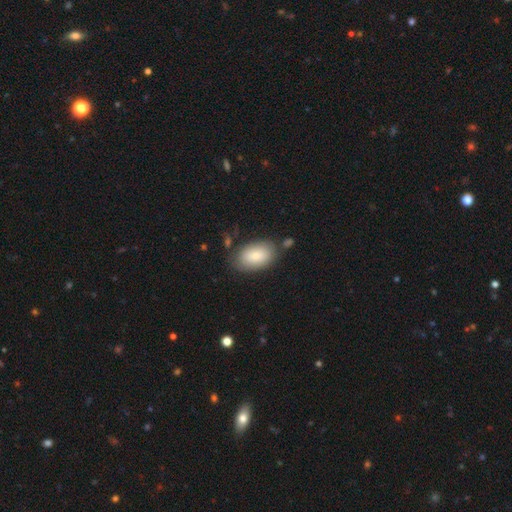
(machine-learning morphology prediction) smooth-or-featured: smooth: 80% | featured or disk: 14% | star or artifact: 6%
  how-rounded: in between: 91% | round: 7% | cigar-shaped: 1%
  merging: none: 74% | minor disturbance: 16% | merger: 5% | major disturbance: 5%